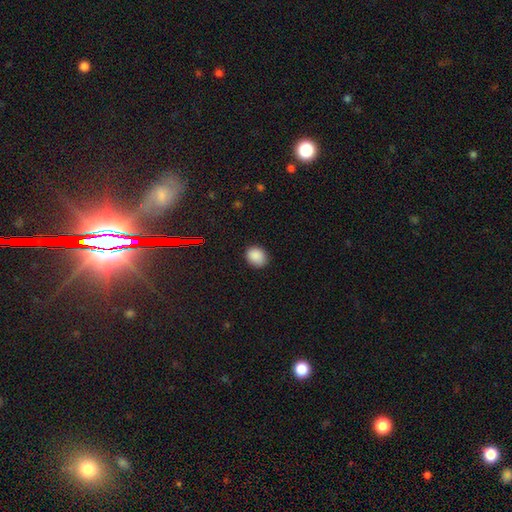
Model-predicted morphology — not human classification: A smooth galaxy with no disk features (87%) that is round (60%). Merging: none (85%).